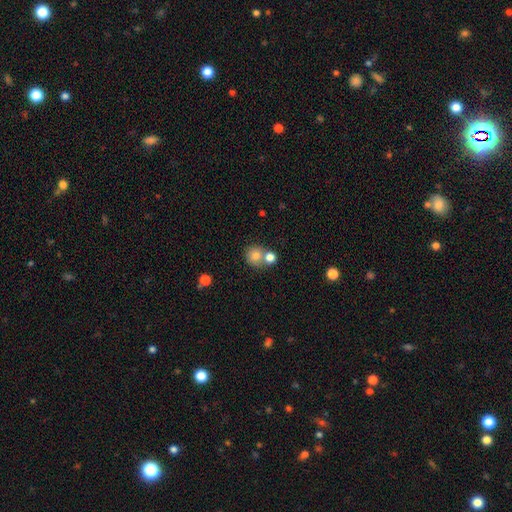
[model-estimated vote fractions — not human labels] Q: Smooth or featured?
A: smooth (80%); runner-up: star or artifact (10%)
Q: How rounded?
A: round (85%); runner-up: in between (14%)
Q: Merging?
A: none (49%); runner-up: merger (39%)